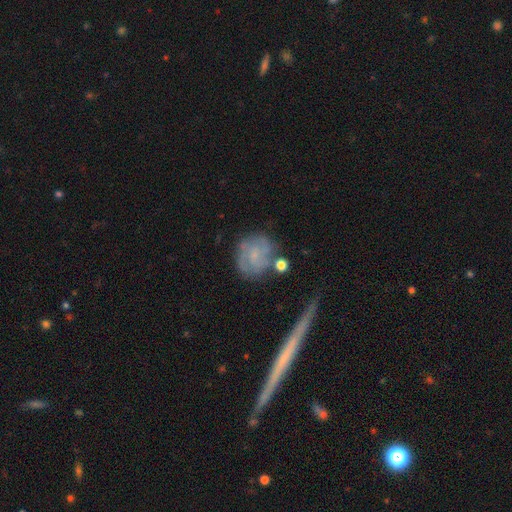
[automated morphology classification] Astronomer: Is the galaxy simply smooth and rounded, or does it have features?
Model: featured or disk — 60%.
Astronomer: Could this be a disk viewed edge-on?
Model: no — 96%.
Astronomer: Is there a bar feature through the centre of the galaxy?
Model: no — 57% (runner-up: weak, 35%).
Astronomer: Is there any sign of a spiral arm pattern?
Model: yes — 83%.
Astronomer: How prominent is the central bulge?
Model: small — 57%.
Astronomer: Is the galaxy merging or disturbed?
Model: none — 65%.